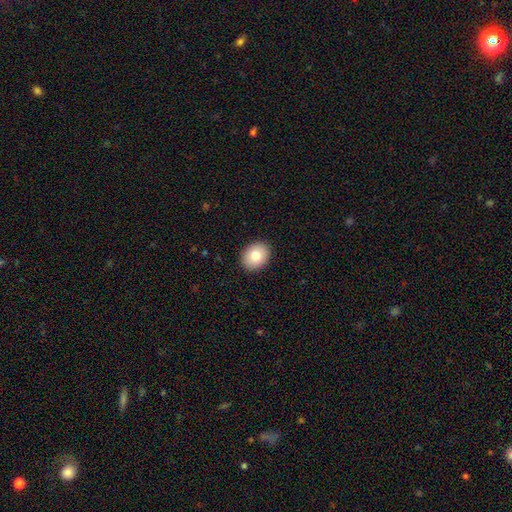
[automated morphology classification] This appears to be a smooth galaxy with no disk features (80%) that is in between round and cigar-shaped (50%). Merging: none (91%).